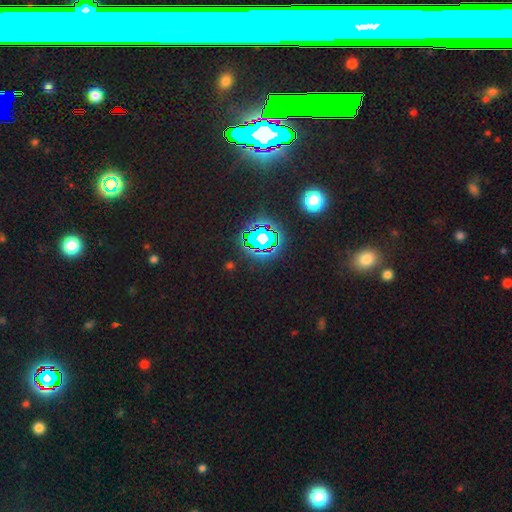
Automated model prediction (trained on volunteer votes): Smooth or featured?
  - star or artifact: 62% *
  - featured or disk: 21%
  - smooth: 17%